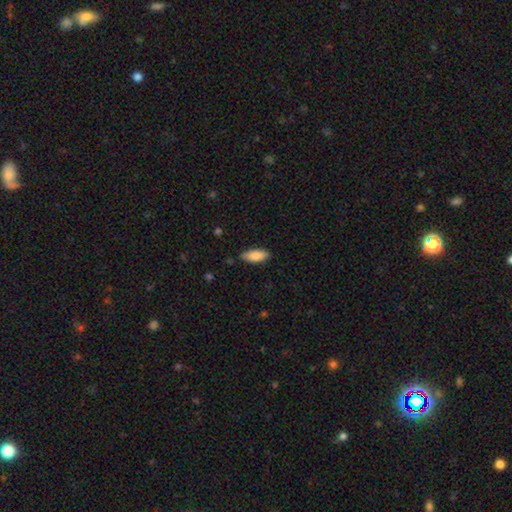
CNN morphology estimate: This is clearly a smooth galaxy (87%). How rounded: likely in between (78%). Merging: clearly none (81%).